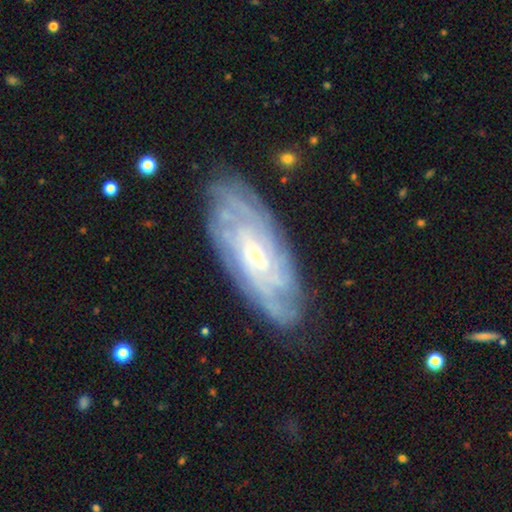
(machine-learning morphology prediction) Smooth or featured? Predicted: featured or disk (p=0.83). Edge-on disk? Predicted: no (p=0.89). Bar? Predicted: no (p=0.58). Spiral arms? Predicted: yes (p=0.95). Spiral winding? Predicted: tight (p=0.77). Spiral arm count? Predicted: can't tell (p=0.43). Bulge size? Predicted: small (p=0.68). Merging? Predicted: none (p=0.82).